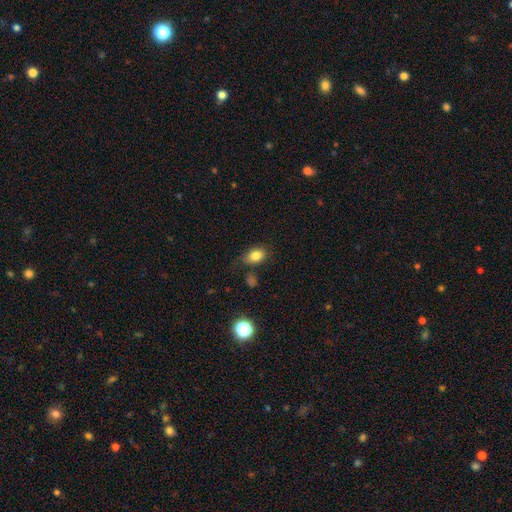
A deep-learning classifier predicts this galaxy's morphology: This is clearly a smooth galaxy (81%). How rounded: likely in between (79%). Merging: likely none (69%).